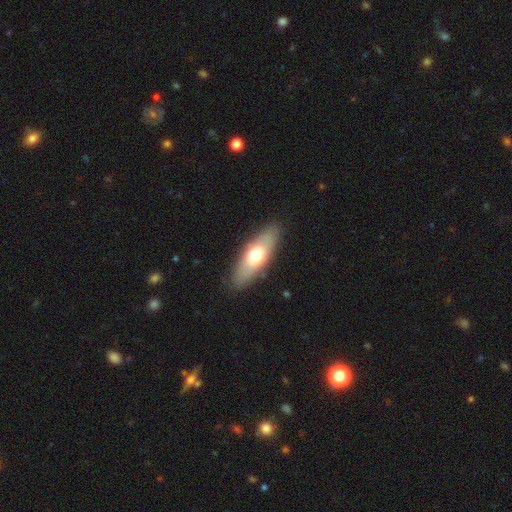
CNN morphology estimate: Q: Smooth or featured?
A: smooth (62%); runner-up: featured or disk (32%)
Q: How rounded?
A: in between (64%); runner-up: cigar-shaped (33%)
Q: Merging?
A: none (87%); runner-up: minor disturbance (10%)